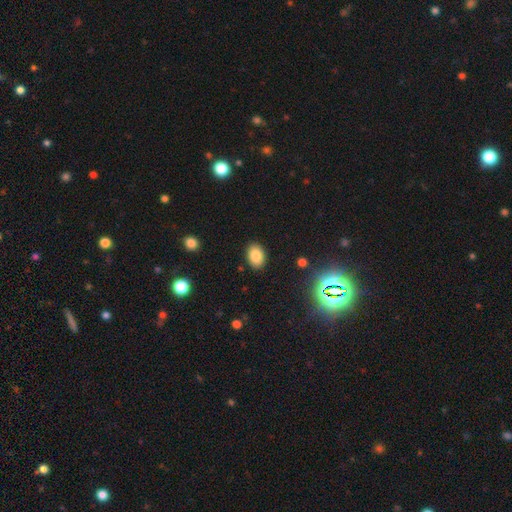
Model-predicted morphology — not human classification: This is clearly a smooth galaxy (84%). How rounded: clearly in between (83%). Merging: clearly none (88%).